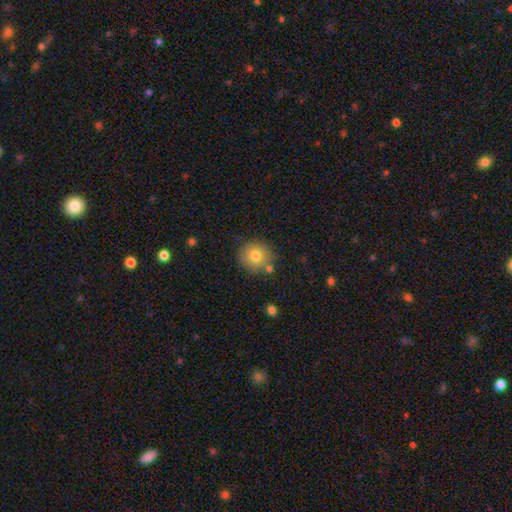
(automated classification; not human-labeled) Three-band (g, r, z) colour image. It shows a smooth galaxy with no disk features (77%) that is round (90%). Merging: none (79%).